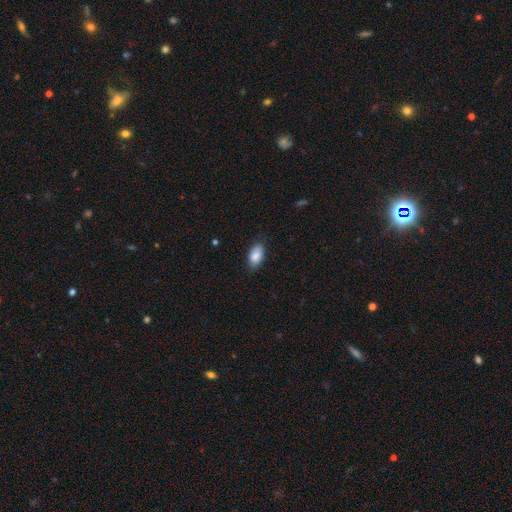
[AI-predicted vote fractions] Overall: smooth (85%). How rounded: in between (93%). Merging: none (77%).